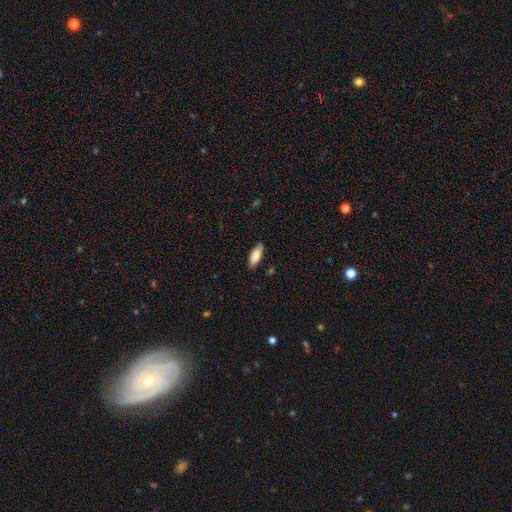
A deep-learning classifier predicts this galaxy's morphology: smooth 84%, featured or disk 10%, star or artifact 6%. Down the decision tree: how rounded — in between (76%); merging — none (84%).